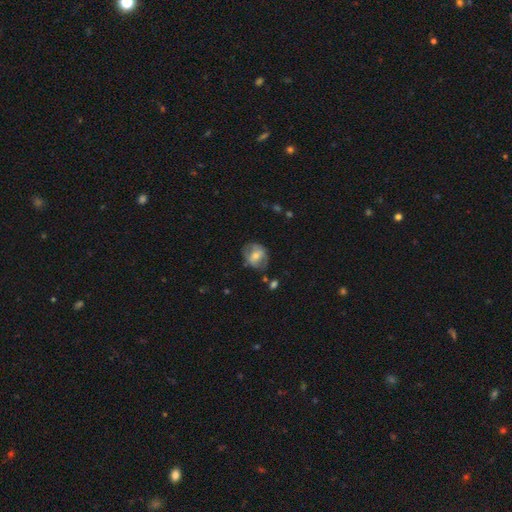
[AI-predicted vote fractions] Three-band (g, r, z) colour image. It shows a smooth galaxy with no disk features (49%). Merging: none (64%).